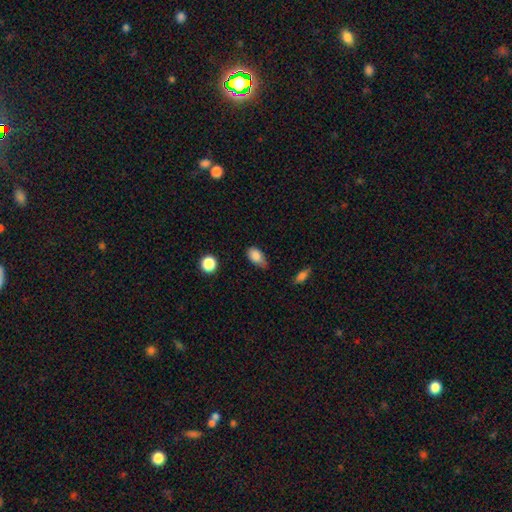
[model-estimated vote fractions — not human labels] Q: Smooth or featured?
A: smooth (84%); runner-up: star or artifact (8%)
Q: How rounded?
A: in between (88%); runner-up: round (9%)
Q: Merging?
A: none (49%); runner-up: minor disturbance (41%)